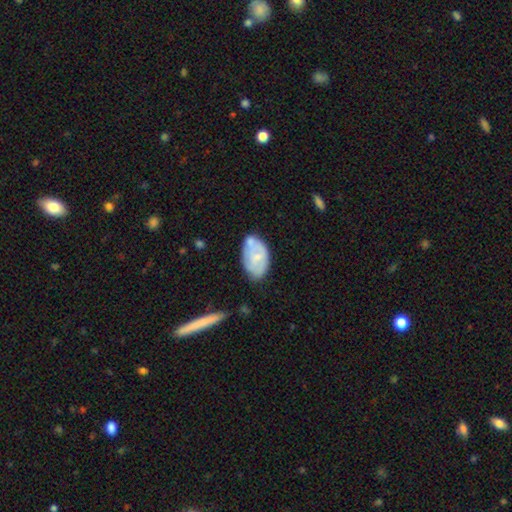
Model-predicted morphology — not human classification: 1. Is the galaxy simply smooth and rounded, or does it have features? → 49% smooth, 44% featured or disk, 7% star or artifact.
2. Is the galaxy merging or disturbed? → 55% none, 26% minor disturbance, 12% merger, 7% major disturbance.